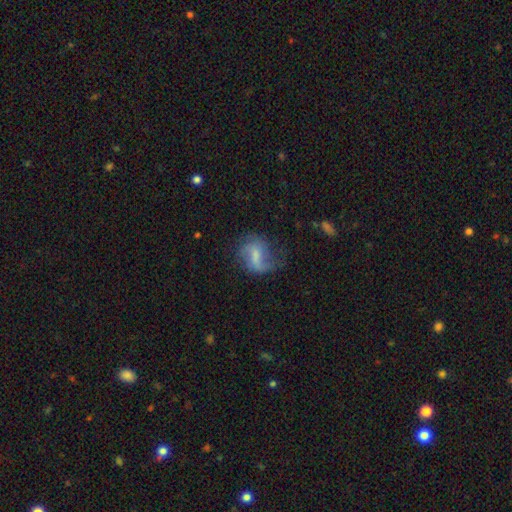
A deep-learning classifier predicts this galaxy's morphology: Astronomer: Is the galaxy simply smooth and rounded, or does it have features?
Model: featured or disk — 59%.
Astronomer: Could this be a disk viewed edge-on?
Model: no — 97%.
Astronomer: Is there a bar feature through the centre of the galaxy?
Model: weak — 51% (runner-up: no, 29%).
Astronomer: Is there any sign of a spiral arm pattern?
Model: yes — 83%.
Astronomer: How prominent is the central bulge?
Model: none — 32% (runner-up: small, 31%).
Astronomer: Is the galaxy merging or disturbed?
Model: none — 44% (runner-up: major disturbance, 27%).